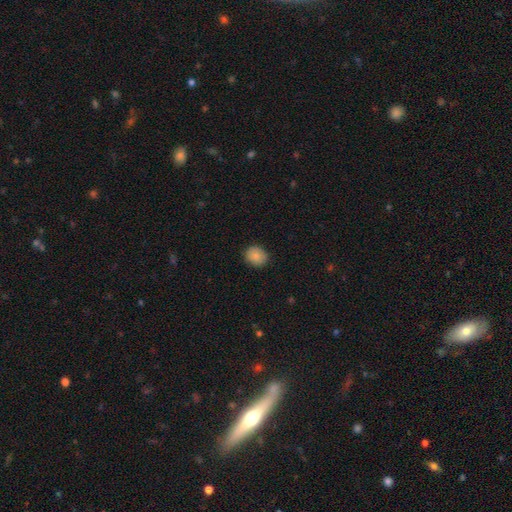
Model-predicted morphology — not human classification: This appears to be a smooth galaxy with no disk features (87%) that is round (69%). Merging: none (87%).